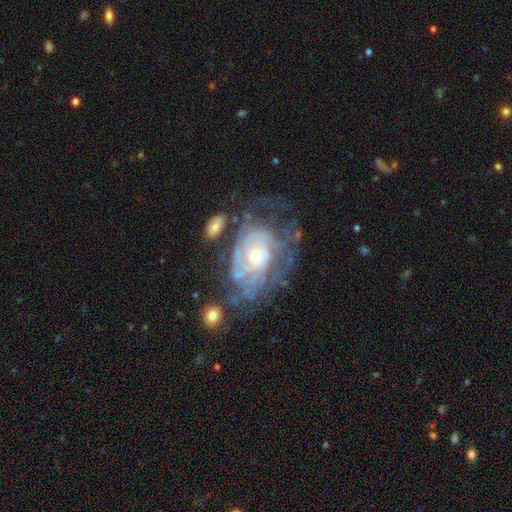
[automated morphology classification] Smooth or featured? Predicted: featured or disk (p=0.84). Edge-on disk? Predicted: no (p=0.96). Bar? Predicted: no (p=0.79). Spiral arms? Predicted: yes (p=0.90). Spiral winding? Predicted: tight (p=0.70). Spiral arm count? Predicted: can't tell (p=0.52). Bulge size? Predicted: small (p=0.57). Merging? Predicted: none (p=0.49).